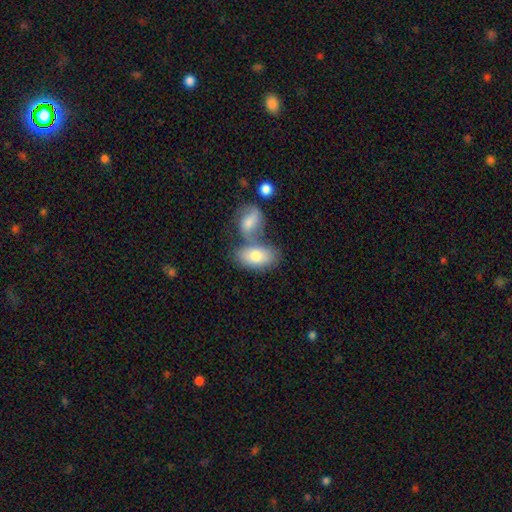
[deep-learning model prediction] Smooth or featured?
  - smooth: 75% *
  - featured or disk: 19%
  - star or artifact: 6%
How rounded?
  - in between: 91% *
  - round: 6%
  - cigar-shaped: 3%
Merging?
  - merger: 43% *
  - none: 39%
  - minor disturbance: 12%
  - major disturbance: 5%